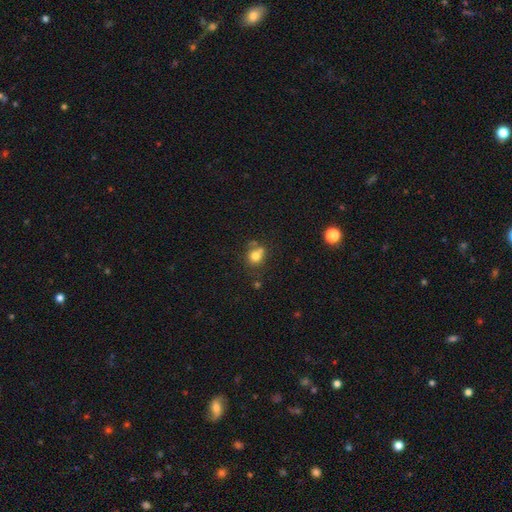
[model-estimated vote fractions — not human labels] Smooth or featured?
  - smooth: 75% *
  - star or artifact: 13%
  - featured or disk: 12%
How rounded?
  - round: 73% *
  - in between: 26%
  - cigar-shaped: 1%
Merging?
  - none: 50% *
  - merger: 28%
  - minor disturbance: 16%
  - major disturbance: 6%